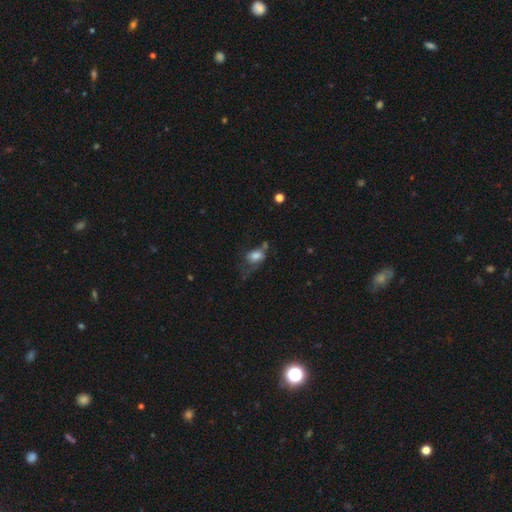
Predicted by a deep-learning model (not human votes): This appears to be a smooth galaxy with no disk features (65%) that is in between round and cigar-shaped (74%). Merging: major disturbance (43%).